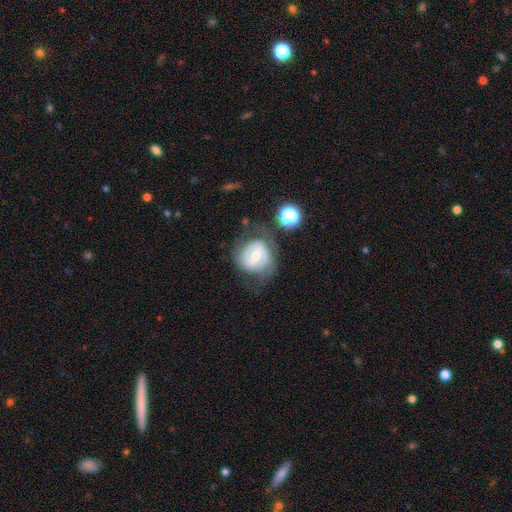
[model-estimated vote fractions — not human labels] Overall: featured or disk (63%; smooth 30%). Edge-on disk: no (97%). Bar: weak (48%; no 27%). Spiral arms: yes (66%; no 34%). Bulge size: moderate (57%; small 37%). Merging: none (55%; minor disturbance 22%).